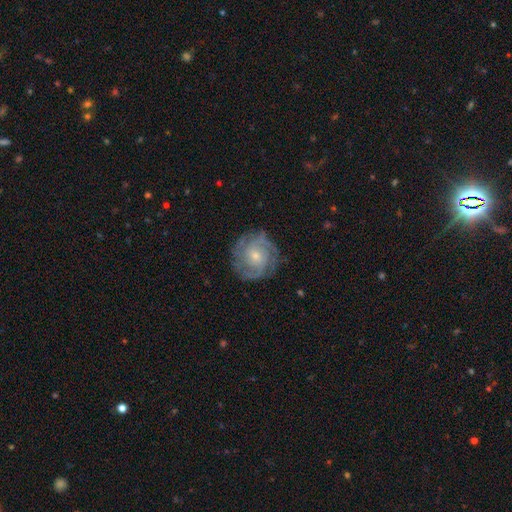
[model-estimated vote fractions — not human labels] Morphology: type=featured or disk (81%); edge-on=no (98%); bar=no (71%); spiral arms=yes (95%); winding=tight (62%); arm count=3 (28%); bulge=small (65%); merging=none (79%).